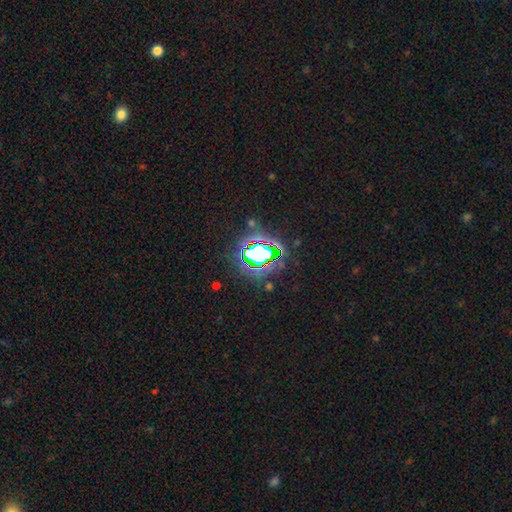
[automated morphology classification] smooth-or-featured: star or artifact: 68% | smooth: 19% | featured or disk: 12%